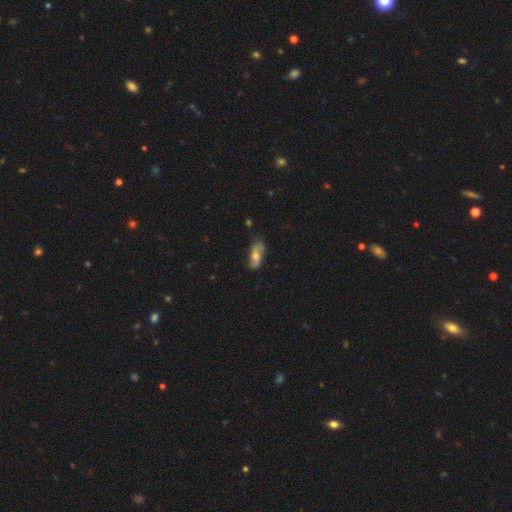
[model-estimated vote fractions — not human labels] smooth 47%, featured or disk 45%, star or artifact 8%. Down the decision tree: merging — none (72%).